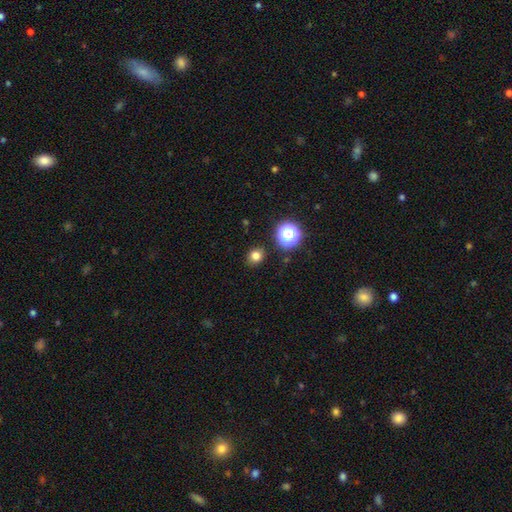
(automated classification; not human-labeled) smooth-or-featured: smooth: 78% | star or artifact: 17% | featured or disk: 5%
  how-rounded: round: 78% | in between: 21% | cigar-shaped: 1%
  merging: none: 89% | minor disturbance: 7% | major disturbance: 2% | merger: 2%